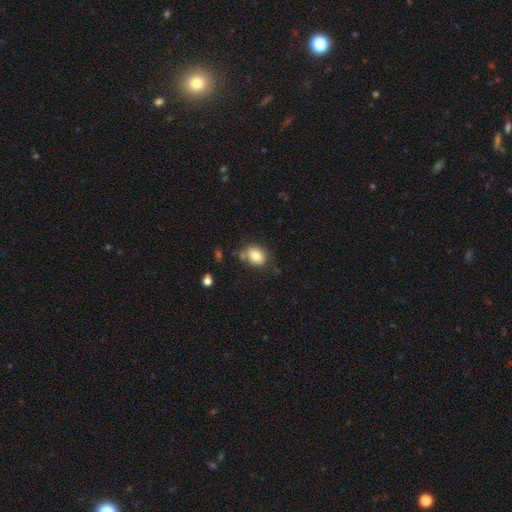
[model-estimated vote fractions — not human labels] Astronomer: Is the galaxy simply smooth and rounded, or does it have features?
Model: smooth — 79%.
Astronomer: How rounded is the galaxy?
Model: round — 54% (runner-up: in between, 45%).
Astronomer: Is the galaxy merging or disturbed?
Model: none — 68%.